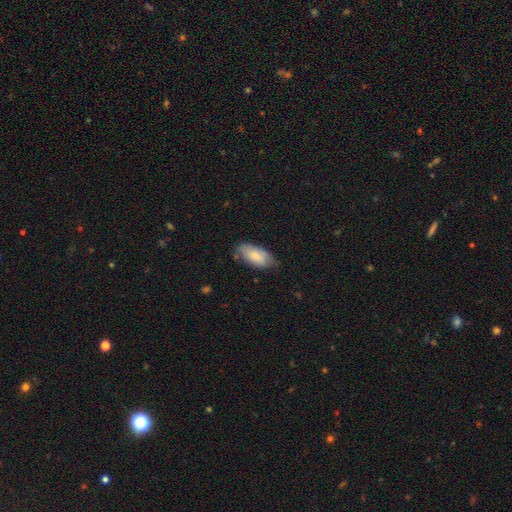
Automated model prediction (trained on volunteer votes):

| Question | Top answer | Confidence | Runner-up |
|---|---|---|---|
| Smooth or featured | smooth | 77% | featured or disk (17%) |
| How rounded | in between | 91% | cigar-shaped (7%) |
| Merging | none | 64% | minor disturbance (29%) |